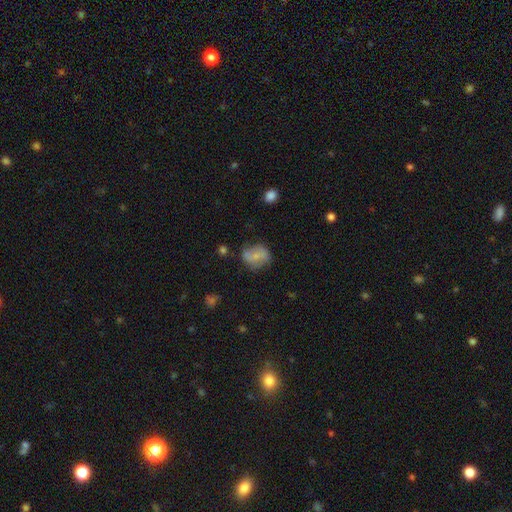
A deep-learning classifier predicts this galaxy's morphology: The model was most divided on "smooth or featured": smooth: 58%, featured or disk: 33%, star or artifact: 9%. More confident: how rounded — round (64%); merging — none (59%).